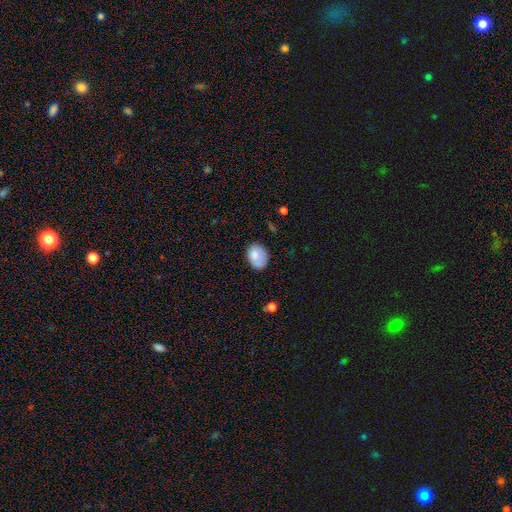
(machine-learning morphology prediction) type=smooth (78%); roundness=in between (68%); merging=none (65%).